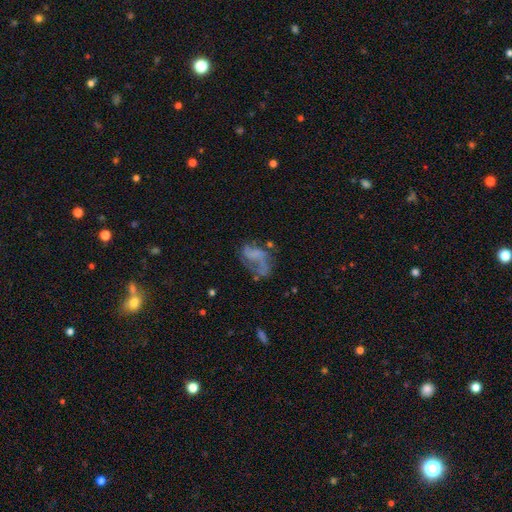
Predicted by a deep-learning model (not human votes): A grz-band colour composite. It shows a featured or disk galaxy (58%) with no bar (71%), spiral arms (53%) and no central bulge (78%). Merging: major disturbance (38%).